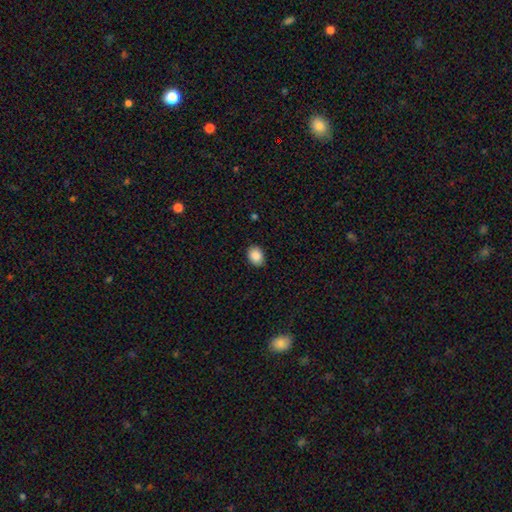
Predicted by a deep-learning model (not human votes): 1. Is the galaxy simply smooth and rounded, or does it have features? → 88% smooth, 8% star or artifact, 4% featured or disk.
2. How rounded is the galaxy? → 67% in between, 32% round, 1% cigar-shaped.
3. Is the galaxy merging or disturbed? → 88% none, 9% minor disturbance, 2% major disturbance, 1% merger.